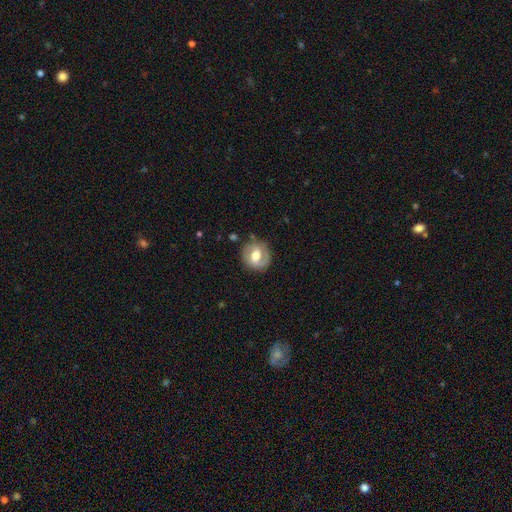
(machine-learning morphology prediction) Smooth or featured? featured or disk (59%)
Edge-on disk? no (96%)
Bar? weak (48%)
Spiral arms? yes (71%)
Bulge size? moderate (66%)
Merging? none (79%)